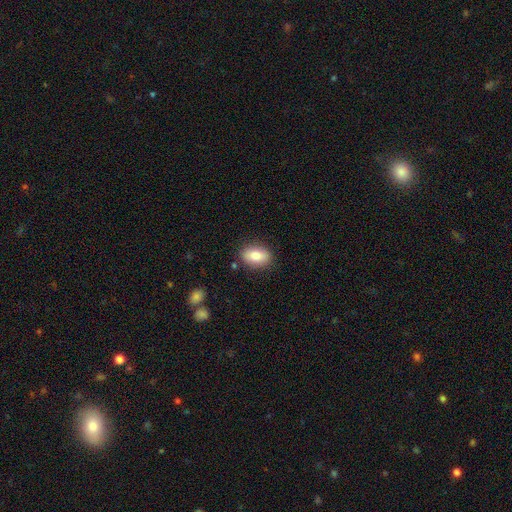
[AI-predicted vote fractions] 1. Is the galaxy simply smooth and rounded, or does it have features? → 82% smooth, 10% featured or disk, 8% star or artifact.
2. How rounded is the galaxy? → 85% in between, 12% round, 2% cigar-shaped.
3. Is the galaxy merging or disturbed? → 85% none, 11% minor disturbance, 3% major disturbance, 2% merger.